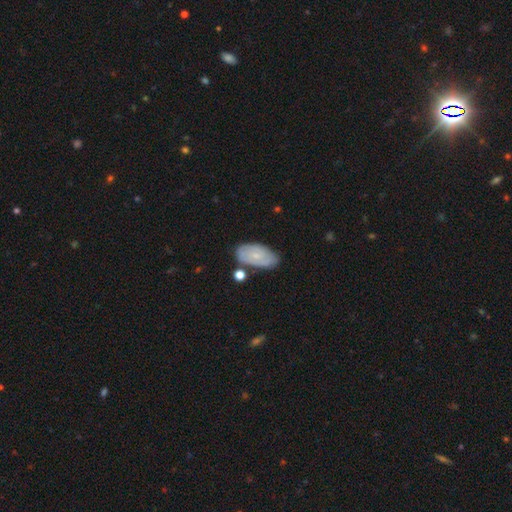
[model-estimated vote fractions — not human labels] Smooth or featured: smooth — 48% (featured or disk — 45%)
Merging: none — 70% (minor disturbance — 19%)